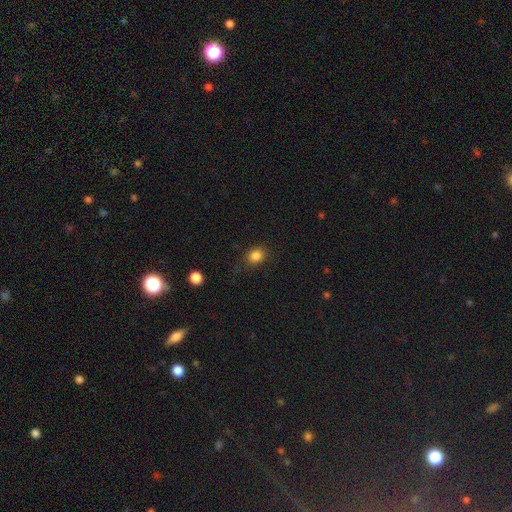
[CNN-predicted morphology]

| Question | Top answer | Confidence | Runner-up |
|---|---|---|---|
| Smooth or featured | smooth | 84% | star or artifact (11%) |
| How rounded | round | 54% | in between (45%) |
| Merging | none | 77% | minor disturbance (15%) |